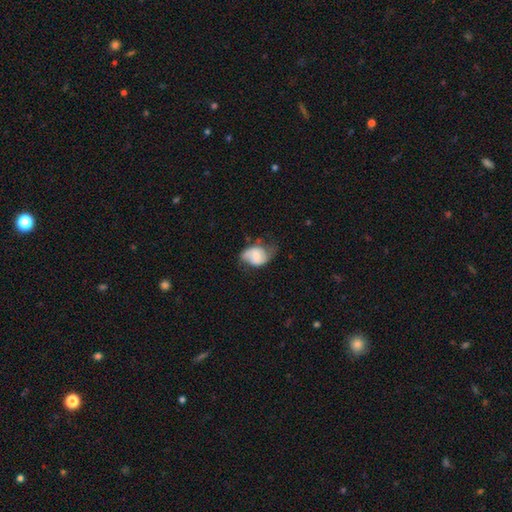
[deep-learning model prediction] A smooth galaxy with no disk features (46%, tied with featured or disk). Merging: none (45%).